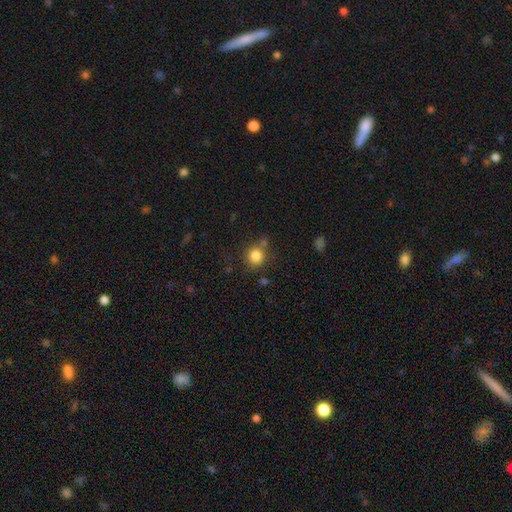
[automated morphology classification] A smooth galaxy with no disk features (83%) that is round (88%). Merging: none (71%).